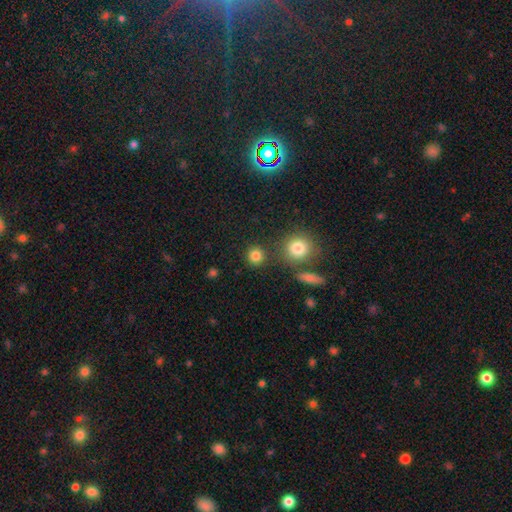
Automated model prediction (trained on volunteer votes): This appears to be a smooth galaxy with no disk features (83%) that is round (92%). Merging: none (83%).